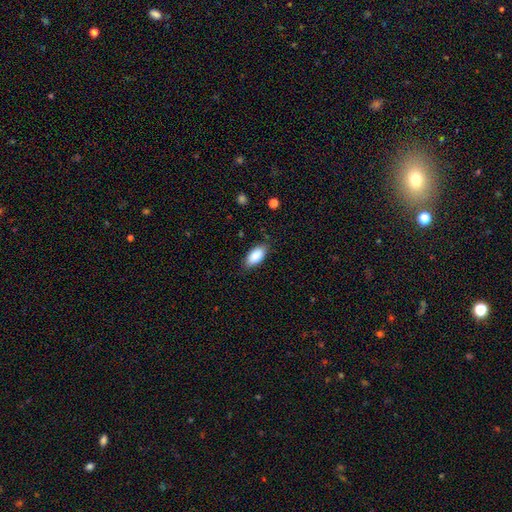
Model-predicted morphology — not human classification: The model was most divided on "merging": none: 83%, minor disturbance: 13%, major disturbance: 3%, merger: 1%. More confident: how rounded — in between (92%); smooth or featured — smooth (89%).